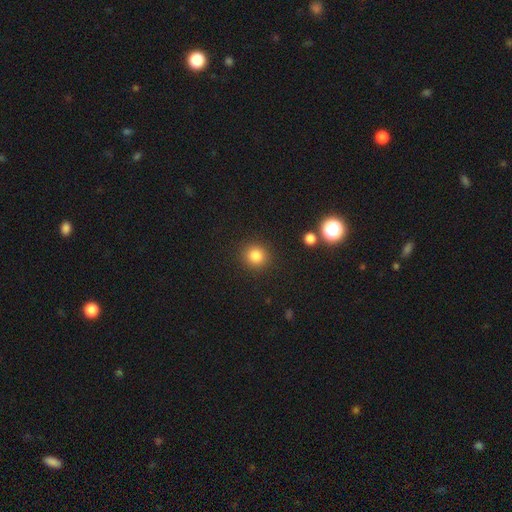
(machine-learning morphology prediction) This appears to be a smooth galaxy with no disk features (83%) that is round (90%). Merging: none (90%).